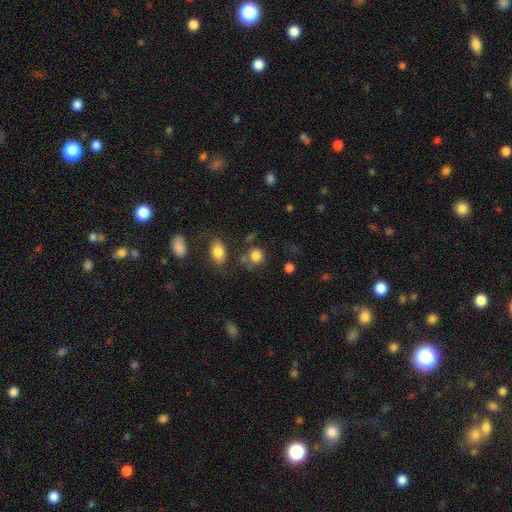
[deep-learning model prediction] Morphology: type=smooth (82%); roundness=round (80%); merging=none (64%).